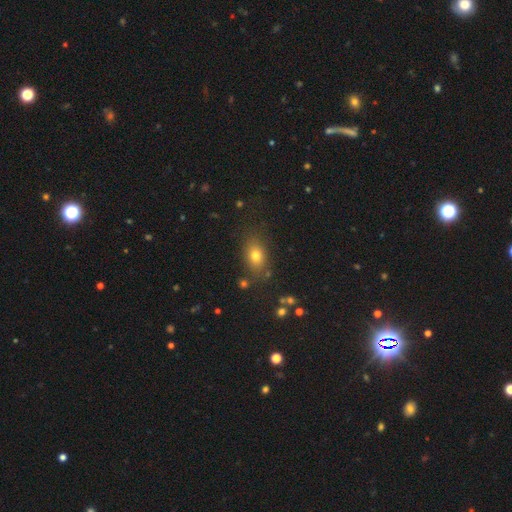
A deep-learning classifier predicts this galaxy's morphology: This appears to be a smooth galaxy with no disk features (75%) that is in between round and cigar-shaped (73%). Merging: none (78%).